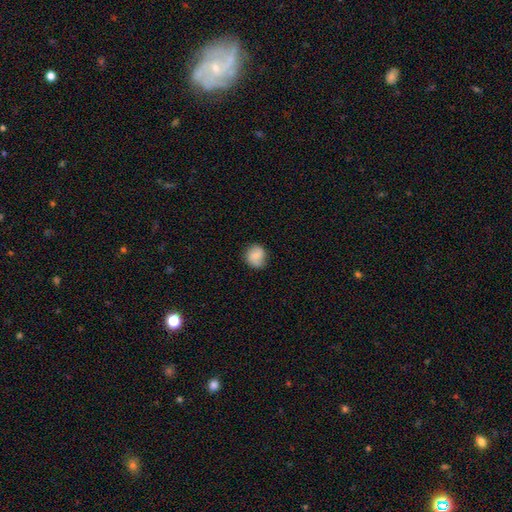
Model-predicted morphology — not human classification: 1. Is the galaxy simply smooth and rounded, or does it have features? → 65% smooth, 27% featured or disk, 8% star or artifact.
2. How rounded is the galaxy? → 79% round, 20% in between, 1% cigar-shaped.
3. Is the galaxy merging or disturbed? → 77% none, 17% minor disturbance, 4% major disturbance, 1% merger.